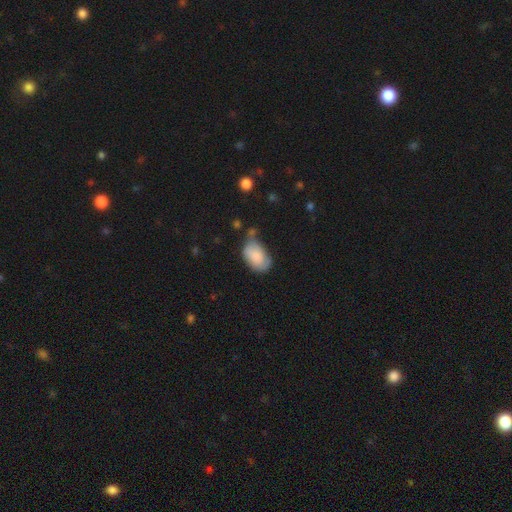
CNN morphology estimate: A smooth galaxy with no disk features (77%) that is in between round and cigar-shaped (90%).

Vote fractions:
- Smooth or featured? smooth: 77% / featured or disk: 16% / star or artifact: 7%
- How rounded? in between: 90% / round: 9% / cigar-shaped: 1%
- Merging? none: 38% / minor disturbance: 37% / major disturbance: 15% / merger: 10%